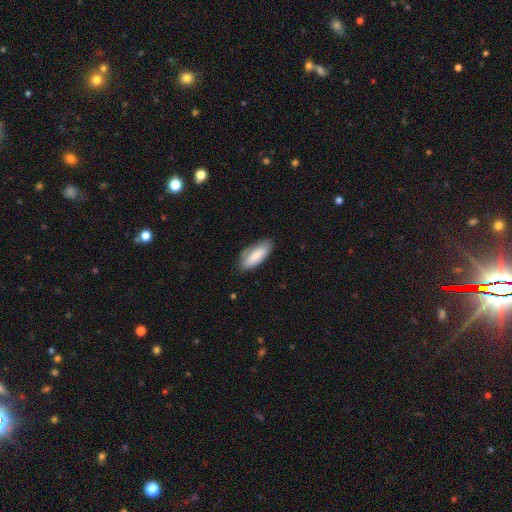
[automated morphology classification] smooth-or-featured: smooth: 77% | featured or disk: 17% | star or artifact: 6%
  how-rounded: in between: 79% | cigar-shaped: 20% | round: 2%
  merging: none: 73% | minor disturbance: 20% | major disturbance: 5% | merger: 1%